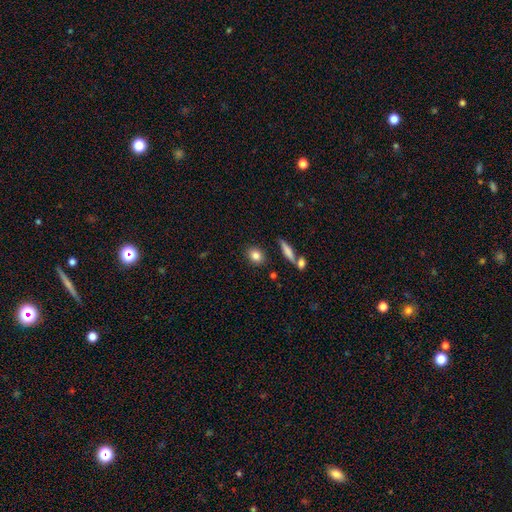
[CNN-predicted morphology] Smooth or featured?
  - smooth: 82% *
  - star or artifact: 9%
  - featured or disk: 9%
How rounded?
  - round: 50% *
  - in between: 46%
  - cigar-shaped: 4%
Merging?
  - none: 83% *
  - minor disturbance: 9%
  - merger: 5%
  - major disturbance: 3%